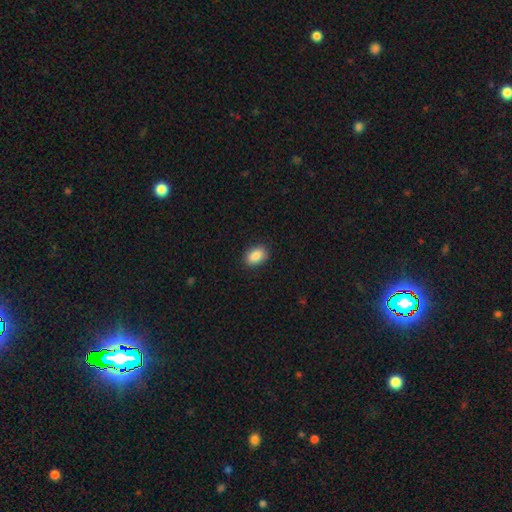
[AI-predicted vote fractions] This appears to be a smooth galaxy with no disk features (88%) that is in between round and cigar-shaped (82%). Merging: none (89%).